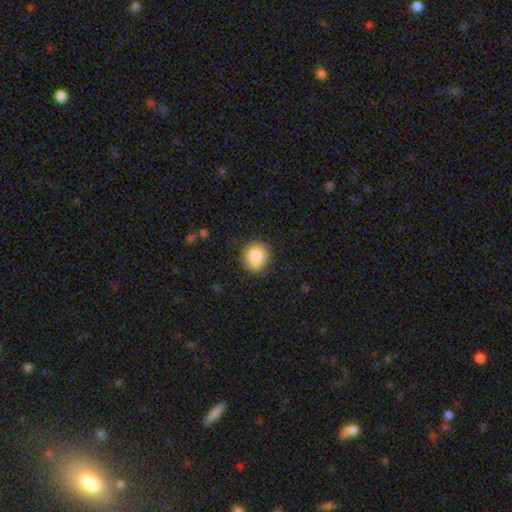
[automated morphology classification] A smooth galaxy with no disk features (82%) that is round (82%). Merging: none (79%).